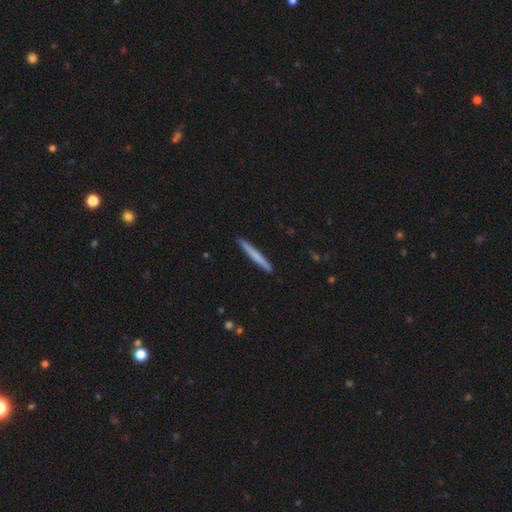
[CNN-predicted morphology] smooth 65%, featured or disk 30%, star or artifact 5%. Down the decision tree: how rounded — cigar-shaped (97%); merging — none (92%).